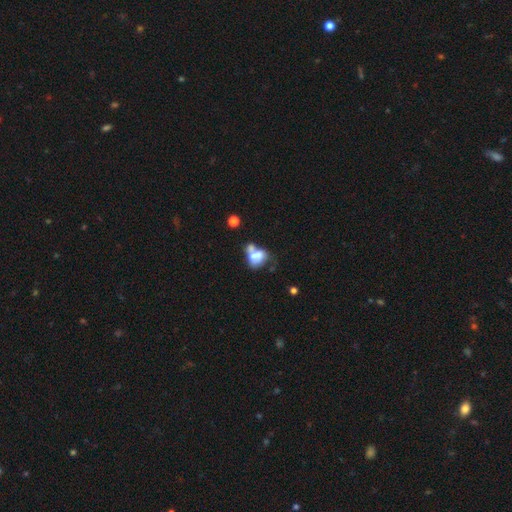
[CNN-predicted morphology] Overall: smooth (61%; featured or disk 29%). How rounded: in between (73%). Merging: merger (55%; none 20%).